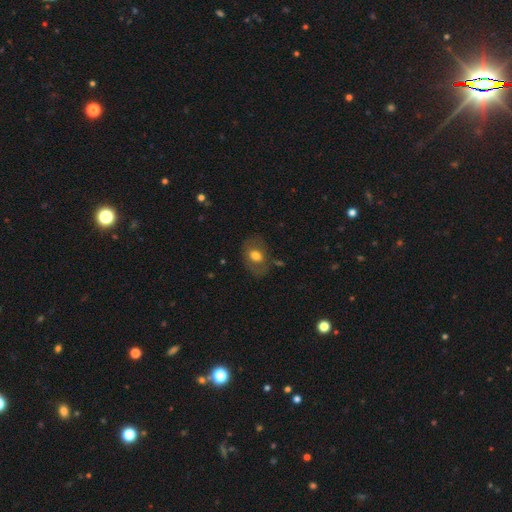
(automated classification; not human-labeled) A smooth galaxy with no disk features (64%) that is in between round and cigar-shaped (65%). Merging: none (70%).